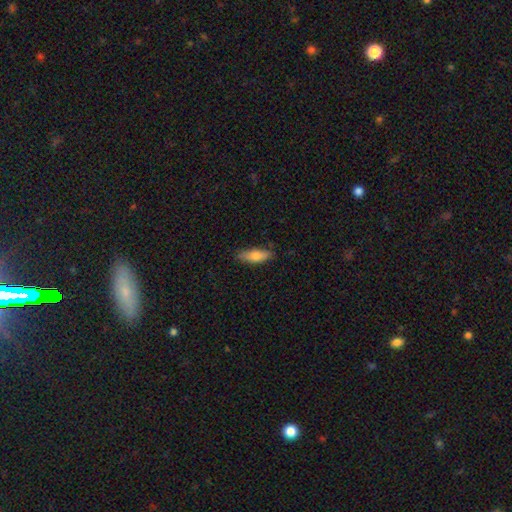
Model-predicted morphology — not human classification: Smooth or featured? smooth (78%)
How rounded? in between (57%)
Merging? none (82%)